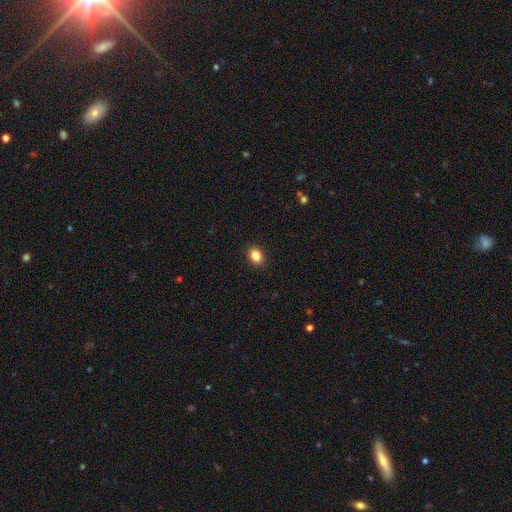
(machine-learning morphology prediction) smooth_or_featured: smooth (p=0.86) [alt: star or artifact p=0.09]
how_rounded: in between (p=0.66) [alt: round p=0.33]
merging: none (p=0.91) [alt: minor disturbance p=0.07]